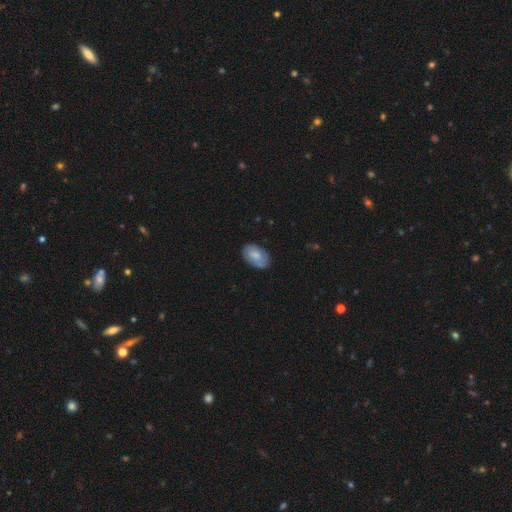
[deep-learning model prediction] This appears to be a smooth galaxy with no disk features (65%) that is in between round and cigar-shaped (90%). Merging: none (79%).